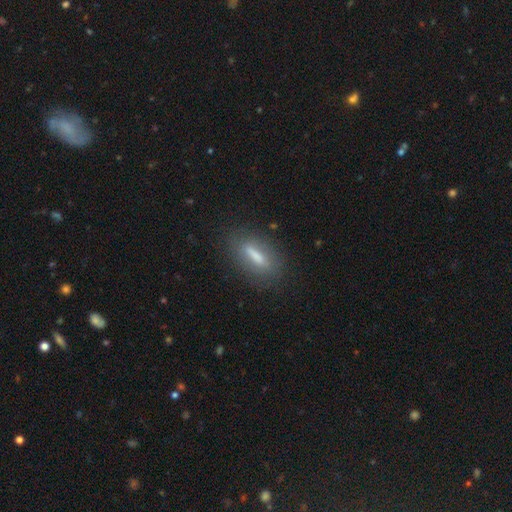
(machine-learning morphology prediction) Q: Smooth or featured?
A: smooth (55%); runner-up: featured or disk (35%)
Q: How rounded?
A: cigar-shaped (63%); runner-up: in between (34%)
Q: Merging?
A: none (81%); runner-up: minor disturbance (12%)